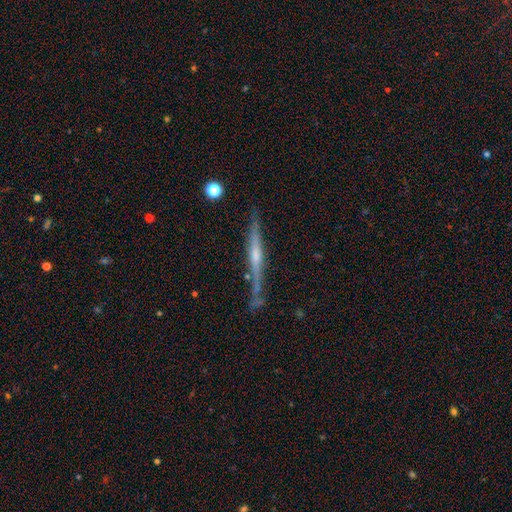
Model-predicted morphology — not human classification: This appears to be a featured or disk galaxy (76%) viewed edge-on (97%) with a rounded central bulge (59%). Merging: none (78%).